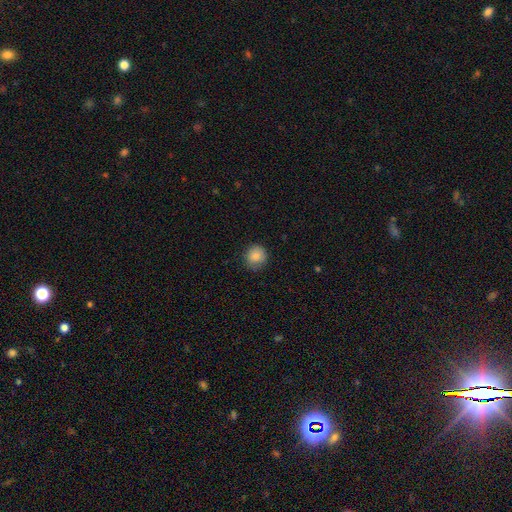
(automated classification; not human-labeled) Smooth or featured?
  - smooth: 85% *
  - star or artifact: 9%
  - featured or disk: 6%
How rounded?
  - round: 88% *
  - in between: 11%
  - cigar-shaped: 1%
Merging?
  - none: 82% *
  - minor disturbance: 14%
  - major disturbance: 3%
  - merger: 1%